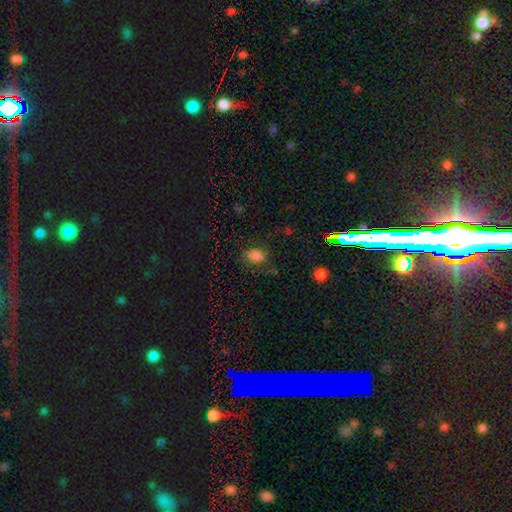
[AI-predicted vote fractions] This appears to be a smooth galaxy with no disk features (80%) that is in between round and cigar-shaped (76%). Merging: none (70%).